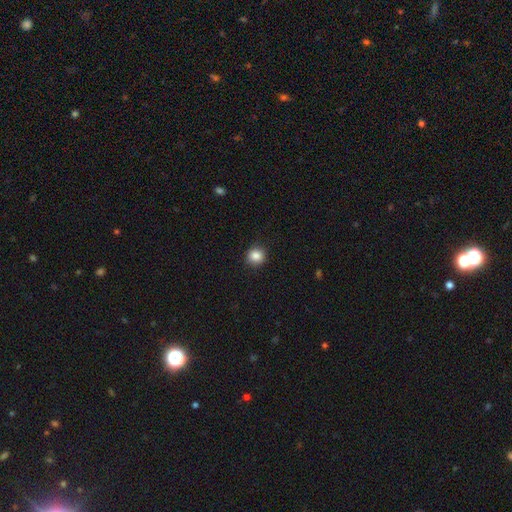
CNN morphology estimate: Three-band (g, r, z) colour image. It shows a smooth galaxy with no disk features (86%) that is round (89%). Merging: none (90%).